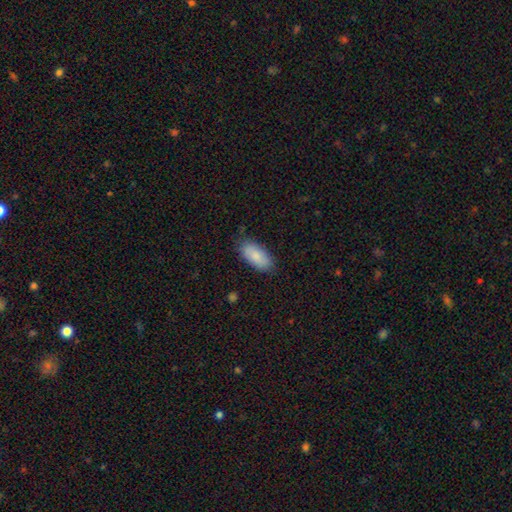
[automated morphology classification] Smooth or featured: smooth — 86% (featured or disk — 8%)
How rounded: in between — 91% (cigar-shaped — 7%)
Merging: none — 82% (minor disturbance — 14%)